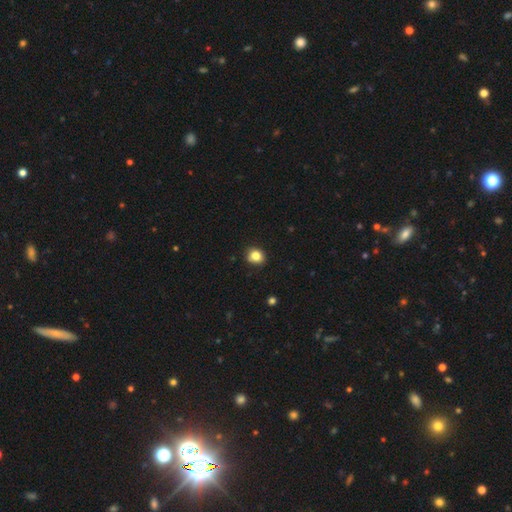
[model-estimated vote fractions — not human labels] This is clearly a smooth galaxy (83%). How rounded: likely round (66%). Merging: clearly none (86%).